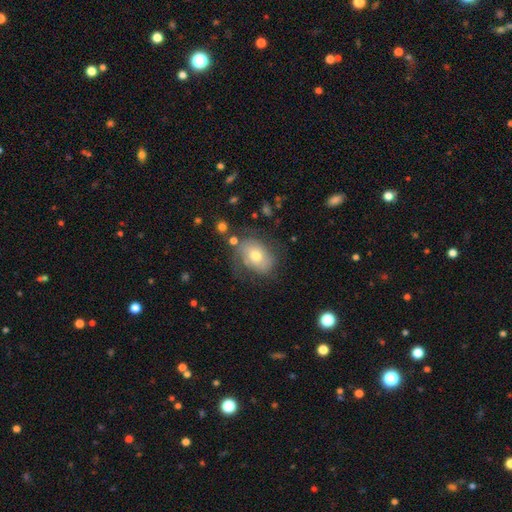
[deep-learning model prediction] smooth-or-featured: featured or disk: 51% | smooth: 41% | star or artifact: 9%
  disk-edge-on: no: 95% | yes: 5%
  merging: none: 56% | minor disturbance: 24% | major disturbance: 16% | merger: 4%